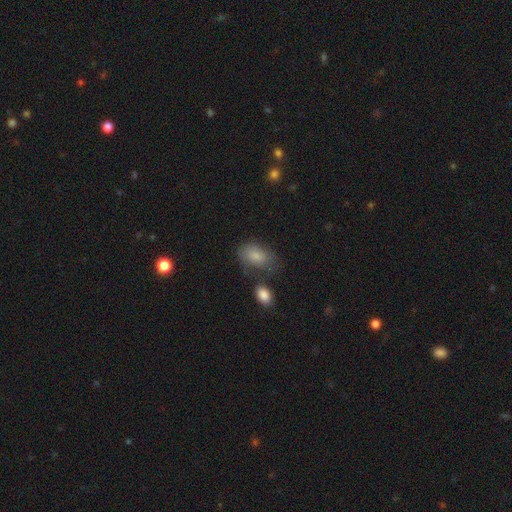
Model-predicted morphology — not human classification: The model was most divided on "merging": none: 51%, minor disturbance: 25%, merger: 13%, major disturbance: 12%. More confident: how rounded — in between (89%); smooth or featured — smooth (80%).